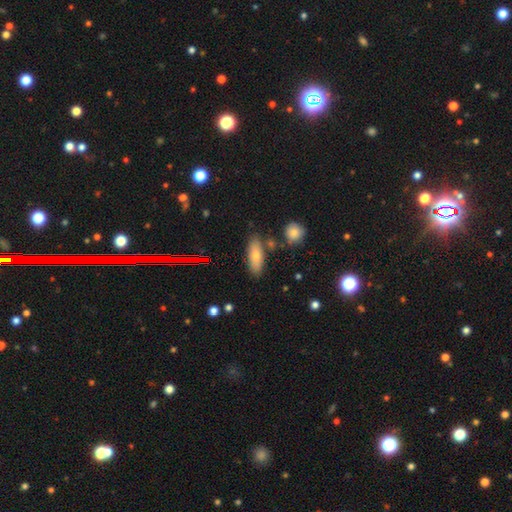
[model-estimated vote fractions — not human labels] smooth 73%, featured or disk 18%, star or artifact 9%. Down the decision tree: how rounded — in between (64%); merging — none (79%).